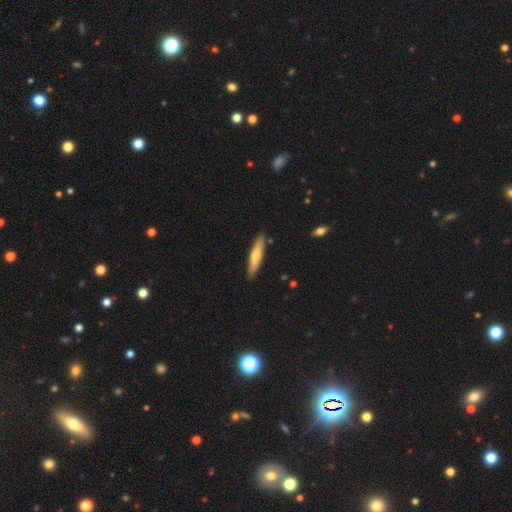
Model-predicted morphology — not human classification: Smooth or featured? Predicted: smooth (p=0.62). How rounded? Predicted: cigar-shaped (p=0.86). Merging? Predicted: none (p=0.88).